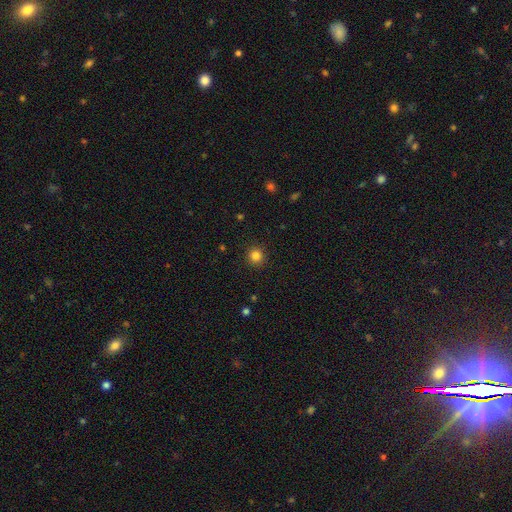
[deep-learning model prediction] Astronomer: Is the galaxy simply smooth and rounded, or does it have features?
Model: smooth — 83%.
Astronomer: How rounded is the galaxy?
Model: round — 93%.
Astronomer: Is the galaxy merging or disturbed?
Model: none — 91%.